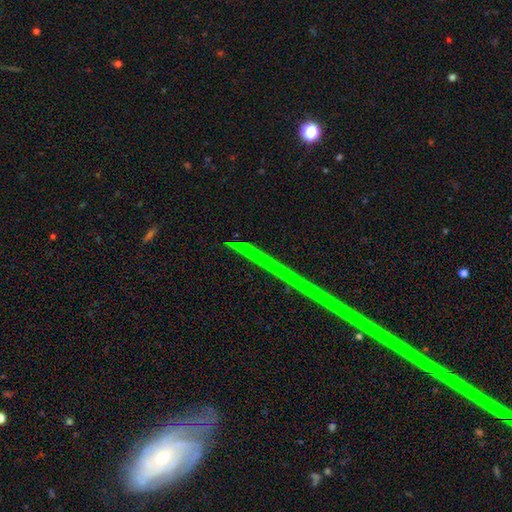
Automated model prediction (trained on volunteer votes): Q: Smooth or featured?
A: star or artifact (63%); runner-up: featured or disk (26%)